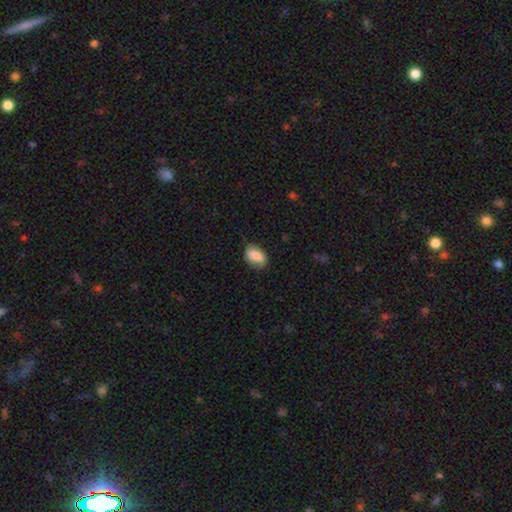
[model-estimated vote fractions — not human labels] A smooth galaxy with no disk features (83%) that is in between round and cigar-shaped (87%). Merging: none (71%).